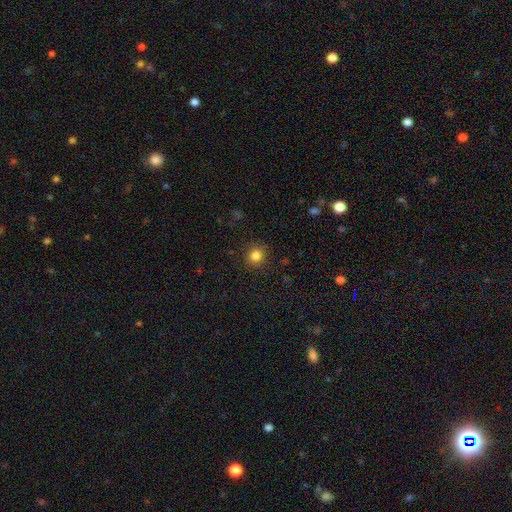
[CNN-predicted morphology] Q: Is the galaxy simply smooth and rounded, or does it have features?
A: smooth — 83%.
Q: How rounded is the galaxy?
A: round — 89%.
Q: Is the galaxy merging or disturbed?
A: none — 89%.